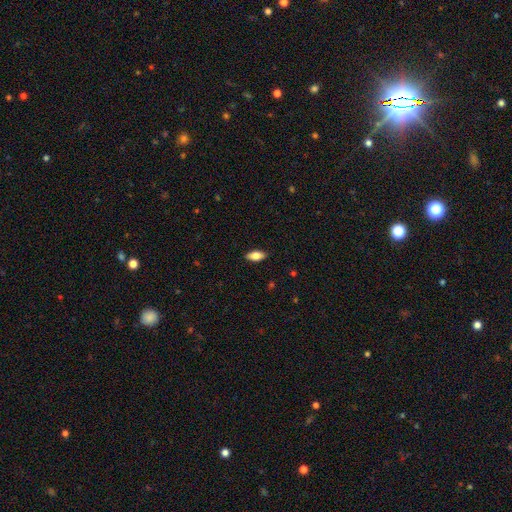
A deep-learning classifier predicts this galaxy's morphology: Q: Smooth or featured?
A: smooth (80%); runner-up: featured or disk (13%)
Q: How rounded?
A: in between (89%); runner-up: cigar-shaped (9%)
Q: Merging?
A: none (89%); runner-up: minor disturbance (8%)